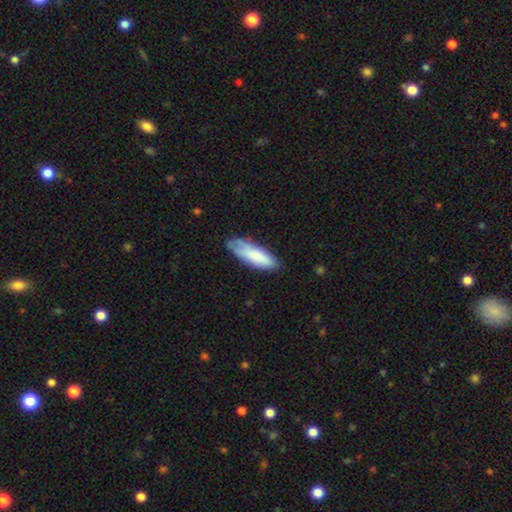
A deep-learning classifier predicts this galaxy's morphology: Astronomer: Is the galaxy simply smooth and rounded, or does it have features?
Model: smooth — 78%.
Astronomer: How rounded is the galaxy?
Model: in between — 56% (runner-up: cigar-shaped, 42%).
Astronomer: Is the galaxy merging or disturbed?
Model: none — 62%.